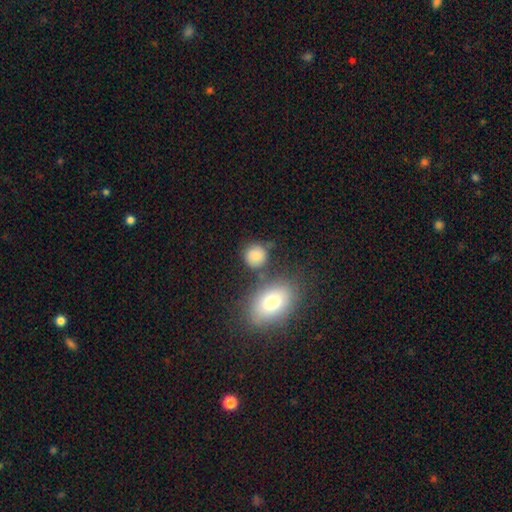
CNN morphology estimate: A smooth galaxy with no disk features (84%) that is round (81%). Merging: none (65%).